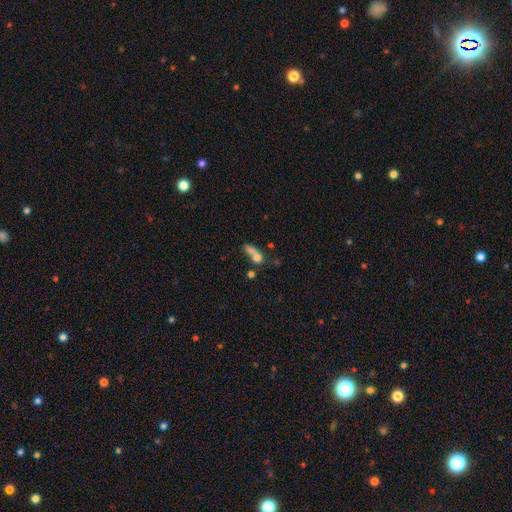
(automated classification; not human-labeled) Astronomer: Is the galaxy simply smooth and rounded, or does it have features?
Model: smooth — 67%.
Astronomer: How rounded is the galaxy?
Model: round — 48% (runner-up: in between, 40%).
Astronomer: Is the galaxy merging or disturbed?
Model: merger — 58%.